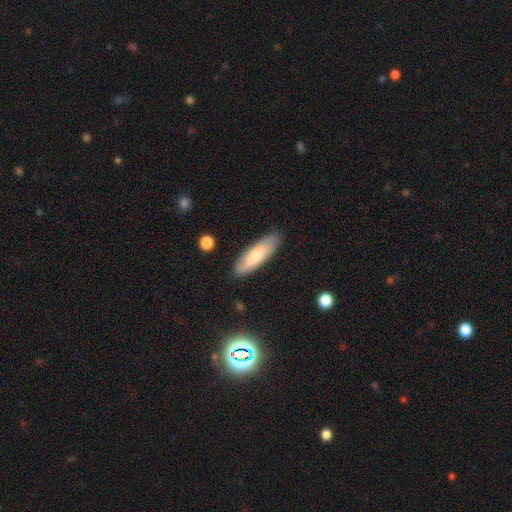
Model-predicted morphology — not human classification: This appears to be a smooth galaxy with no disk features (73%) that is in between round and cigar-shaped (51%). Merging: none (84%).